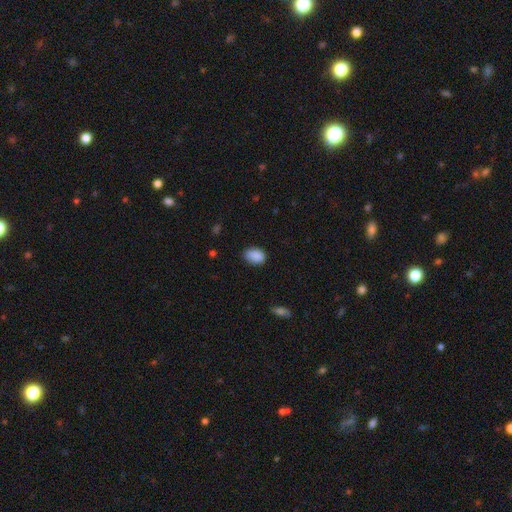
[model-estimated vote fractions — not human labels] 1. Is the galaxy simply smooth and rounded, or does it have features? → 88% smooth, 8% star or artifact, 4% featured or disk.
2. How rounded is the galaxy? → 82% in between, 16% round, 1% cigar-shaped.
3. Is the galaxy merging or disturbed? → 74% none, 21% minor disturbance, 4% major disturbance, 1% merger.